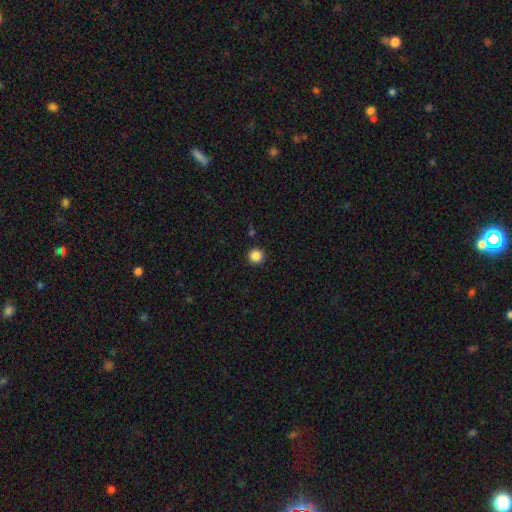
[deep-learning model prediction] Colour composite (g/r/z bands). It shows a smooth galaxy with no disk features (86%) that is round (96%). Merging: none (93%).